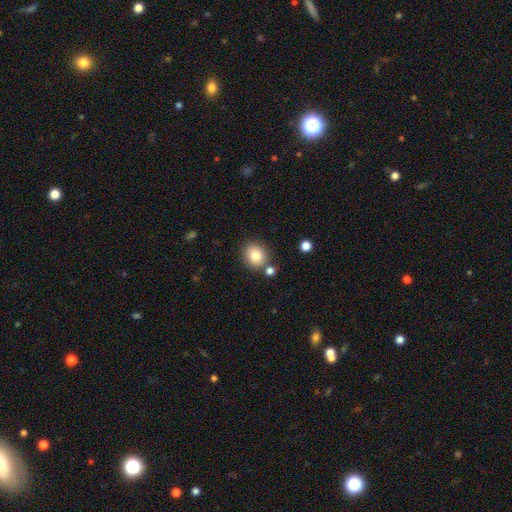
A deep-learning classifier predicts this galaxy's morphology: A smooth galaxy with no disk features (80%) that is round (75%). Merging: none (77%).